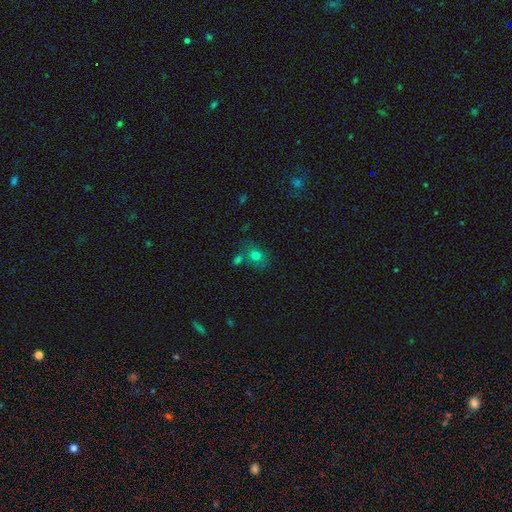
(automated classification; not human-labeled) Morphology: type=smooth (73%); roundness=round (56%); merging=none (53%).